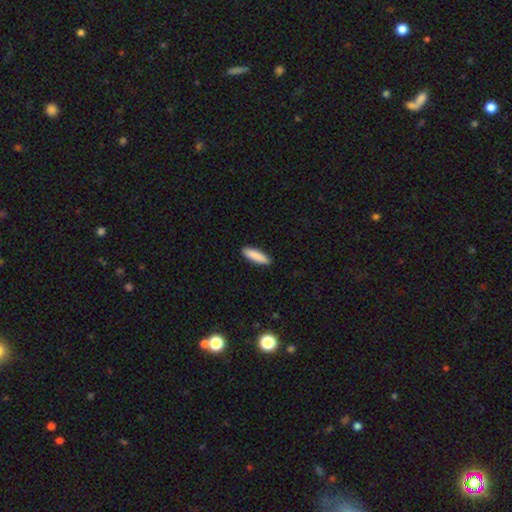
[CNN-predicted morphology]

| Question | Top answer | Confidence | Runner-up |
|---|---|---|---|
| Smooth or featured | smooth | 89% | featured or disk (6%) |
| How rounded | cigar-shaped | 66% | in between (32%) |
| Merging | none | 91% | minor disturbance (7%) |